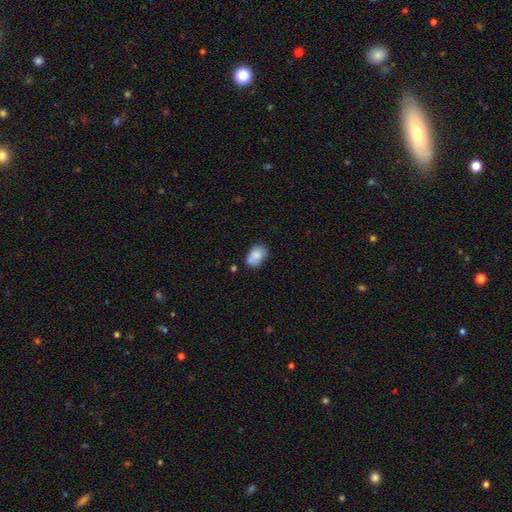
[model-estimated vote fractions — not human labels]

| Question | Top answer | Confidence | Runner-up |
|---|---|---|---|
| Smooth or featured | smooth | 81% | featured or disk (10%) |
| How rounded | in between | 76% | round (23%) |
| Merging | none | 54% | minor disturbance (24%) |